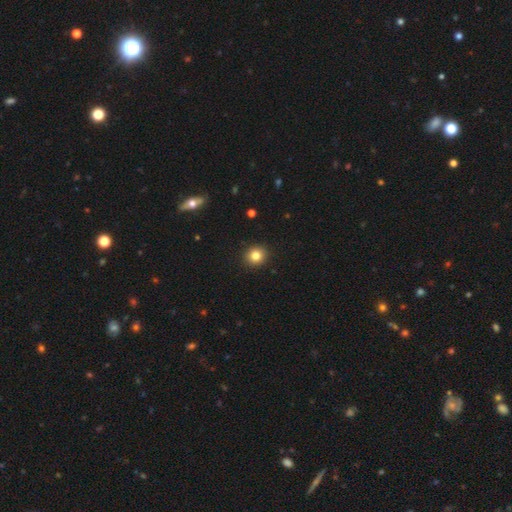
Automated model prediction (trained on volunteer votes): Morphology: type=smooth (82%); roundness=round (88%); merging=none (92%).